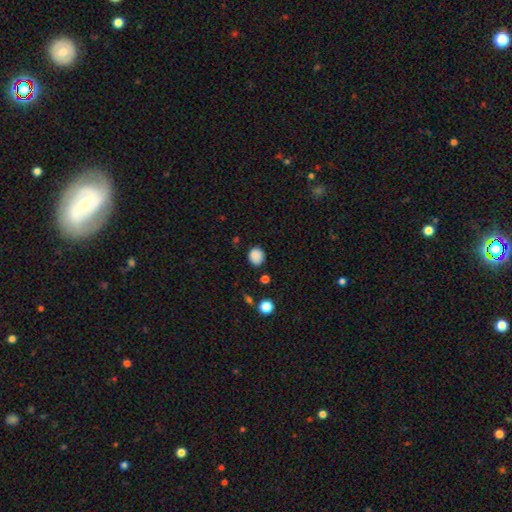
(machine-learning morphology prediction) type=smooth (86%); roundness=round (74%); merging=none (81%).